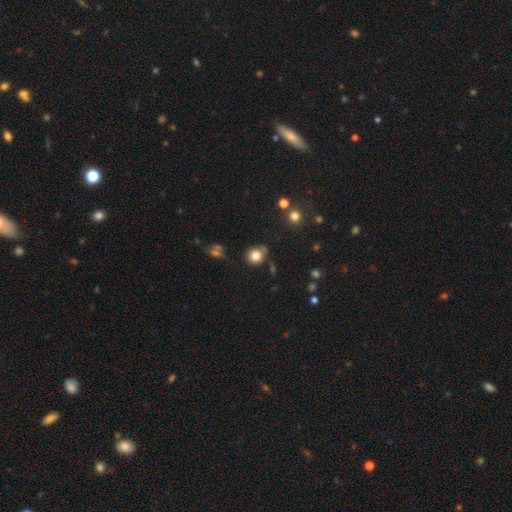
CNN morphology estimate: Smooth or featured?
  - smooth: 82% *
  - star or artifact: 12%
  - featured or disk: 7%
How rounded?
  - round: 83% *
  - in between: 16%
  - cigar-shaped: 1%
Merging?
  - none: 72% *
  - minor disturbance: 17%
  - merger: 7%
  - major disturbance: 4%